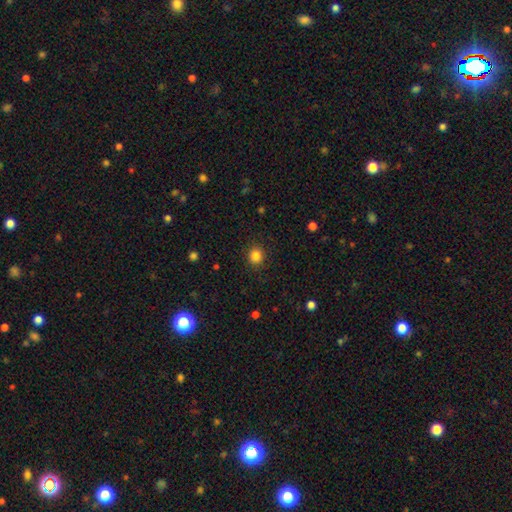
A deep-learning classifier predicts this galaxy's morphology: Smooth or featured? smooth (84%)
How rounded? round (85%)
Merging? none (89%)